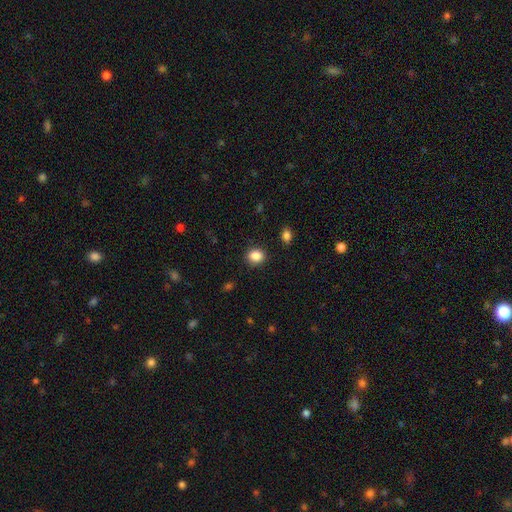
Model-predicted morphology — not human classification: Smooth or featured? smooth (87%)
How rounded? round (62%)
Merging? none (89%)